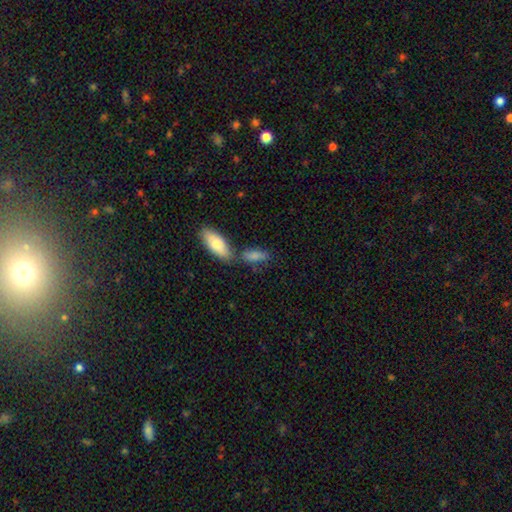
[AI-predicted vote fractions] smooth_or_featured: smooth (p=0.79) [alt: featured or disk p=0.13]
how_rounded: in between (p=0.68) [alt: cigar-shaped p=0.28]
merging: none (p=0.52) [alt: merger p=0.29]